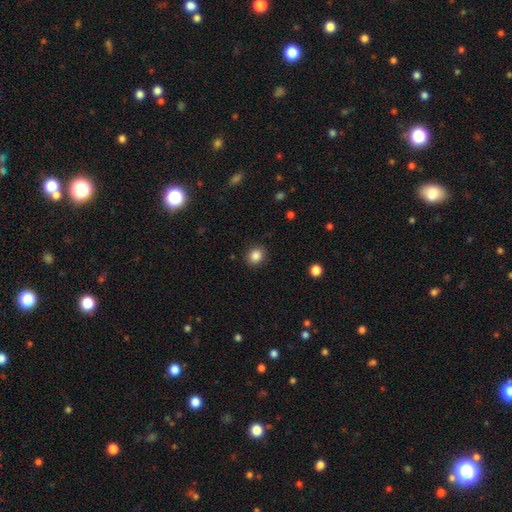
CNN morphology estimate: Smooth or featured: smooth — 86% (star or artifact — 10%)
How rounded: round — 71% (in between — 28%)
Merging: none — 90% (minor disturbance — 7%)